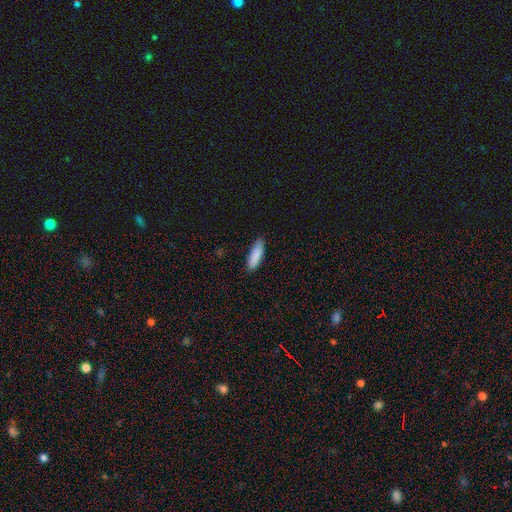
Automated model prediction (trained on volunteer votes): This appears to be a smooth galaxy with no disk features (89%) that is in between round and cigar-shaped (50%). Merging: none (85%).